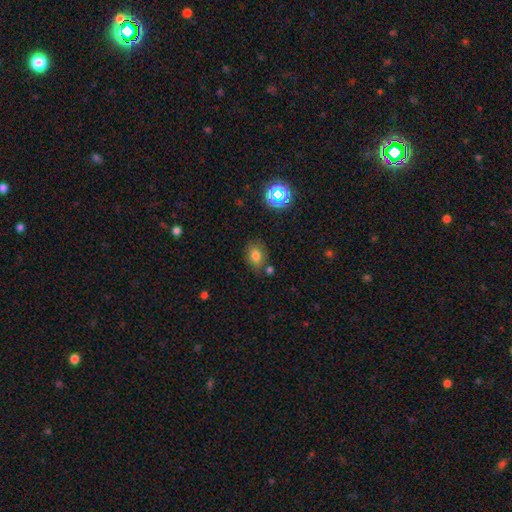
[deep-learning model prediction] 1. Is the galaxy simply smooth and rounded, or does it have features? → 75% smooth, 15% star or artifact, 10% featured or disk.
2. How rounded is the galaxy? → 67% in between, 32% round, 1% cigar-shaped.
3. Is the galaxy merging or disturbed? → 71% none, 16% minor disturbance, 8% merger, 5% major disturbance.